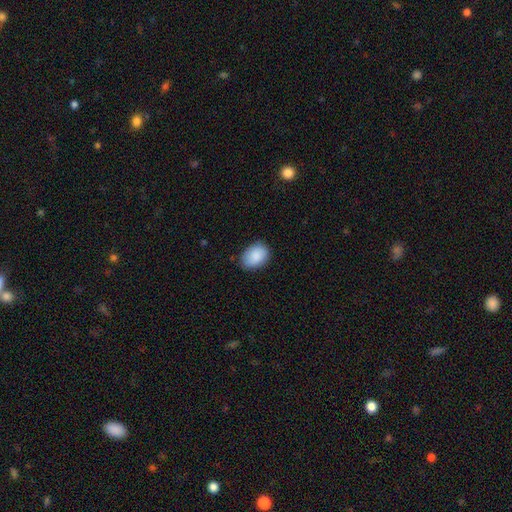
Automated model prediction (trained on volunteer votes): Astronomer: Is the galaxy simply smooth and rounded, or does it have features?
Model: smooth — 89%.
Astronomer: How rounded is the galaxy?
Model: in between — 79%.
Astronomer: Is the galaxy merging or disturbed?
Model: none — 81%.